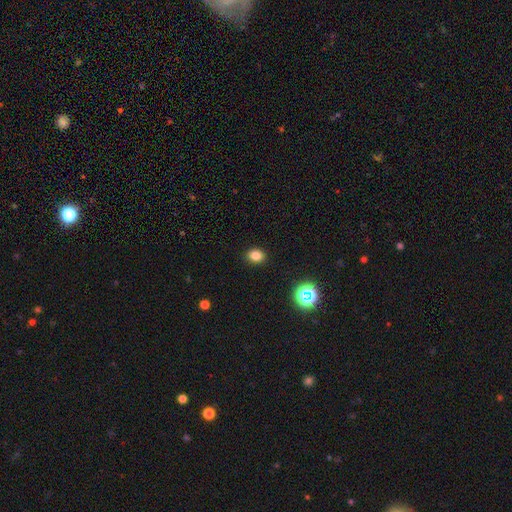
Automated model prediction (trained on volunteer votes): This appears to be a smooth galaxy with no disk features (81%) that is round (56%). Merging: none (90%).